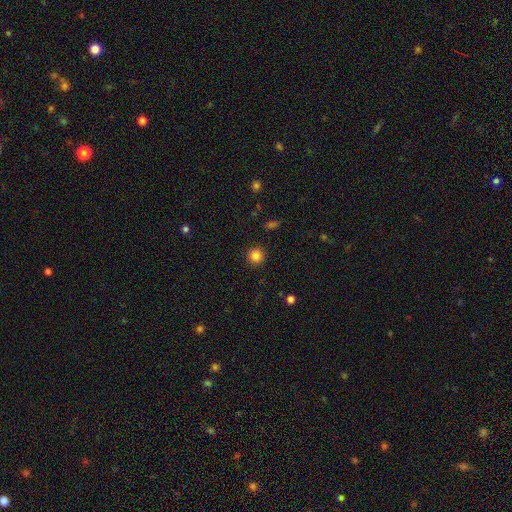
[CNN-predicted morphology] A smooth galaxy with no disk features (84%) that is round (95%). Merging: none (92%).